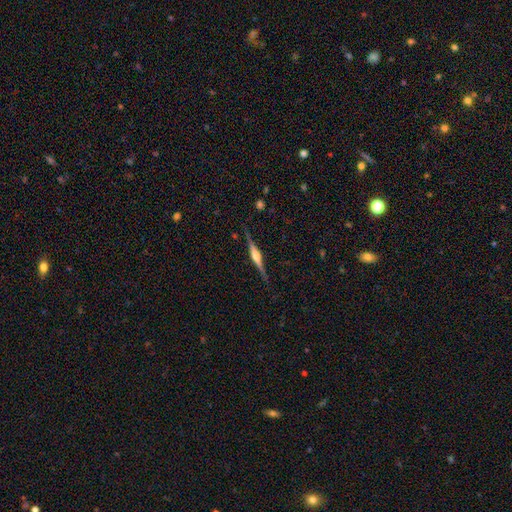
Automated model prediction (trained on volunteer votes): Overall: featured or disk (81%). Edge-on disk: yes (98%). Edge-on bulge: rounded (88%). Merging: none (87%).